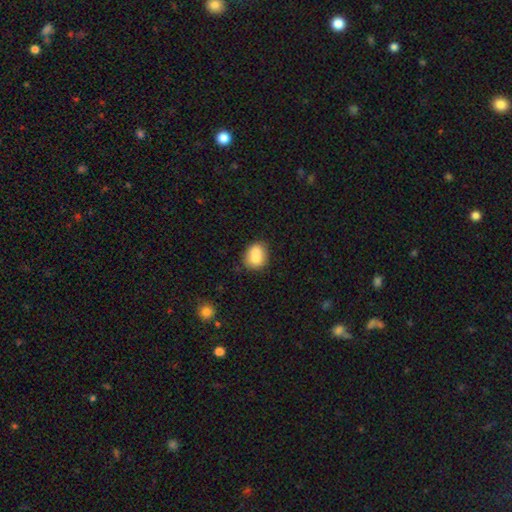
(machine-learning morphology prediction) Overall: smooth (79%). How rounded: in between (50%; round 49%). Merging: none (51%; merger 28%).